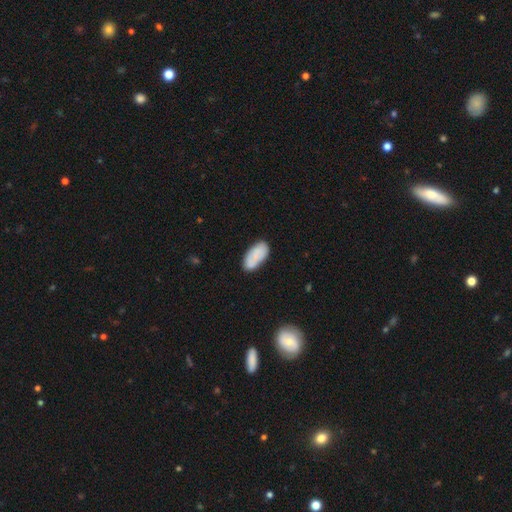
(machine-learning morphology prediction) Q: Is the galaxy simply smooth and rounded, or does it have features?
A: smooth — 79%.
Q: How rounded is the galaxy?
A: in between — 93%.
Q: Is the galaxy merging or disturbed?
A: none — 73%.